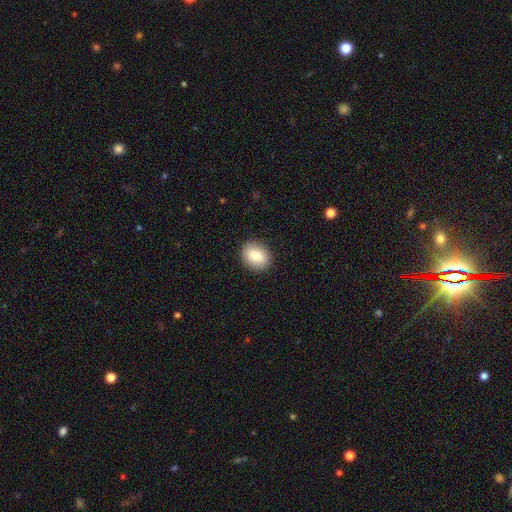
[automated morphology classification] type=smooth (82%); roundness=round (51%); merging=none (90%).